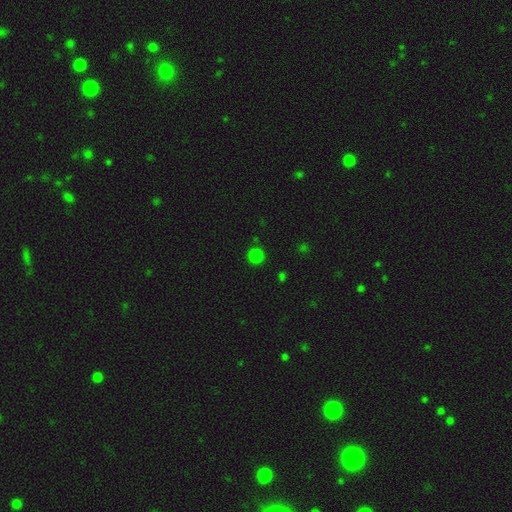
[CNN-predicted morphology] A smooth galaxy with no disk features (81%) that is round (95%). Merging: none (90%).